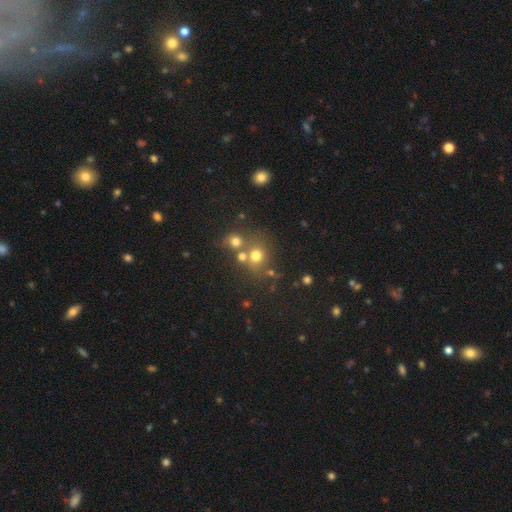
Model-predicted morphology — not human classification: This is likely a smooth galaxy (70%). How rounded: clearly round (81%). Merging: possibly none (55%).